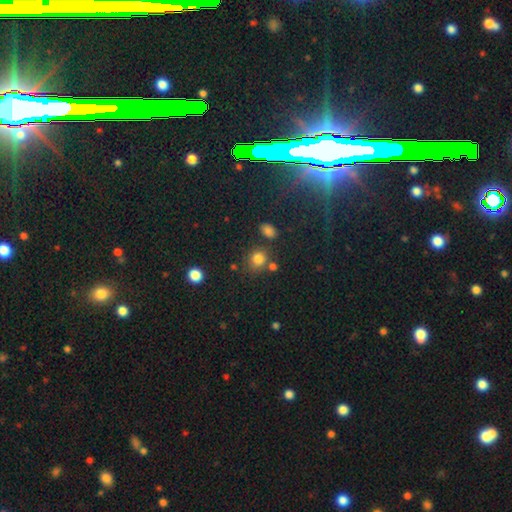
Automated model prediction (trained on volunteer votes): Smooth or featured? star or artifact (56%)